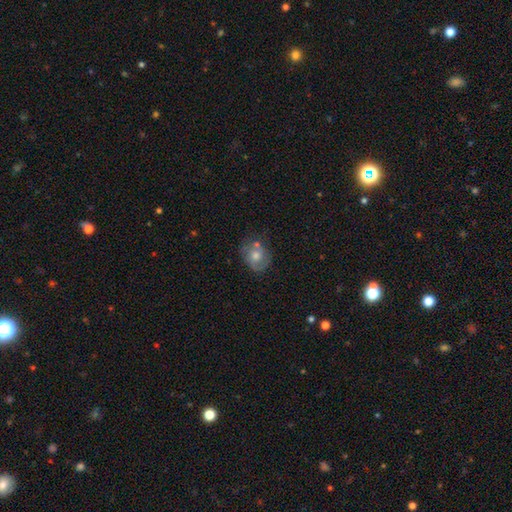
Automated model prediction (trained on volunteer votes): Morphology: type=featured or disk (45%); merging=none (59%).